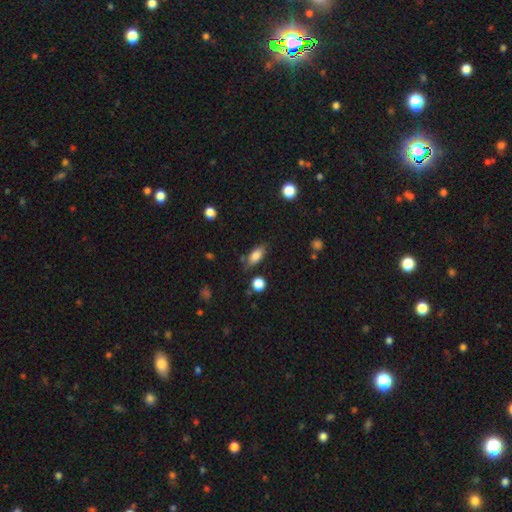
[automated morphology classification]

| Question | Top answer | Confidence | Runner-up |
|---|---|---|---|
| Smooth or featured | smooth | 78% | featured or disk (14%) |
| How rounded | in between | 82% | cigar-shaped (14%) |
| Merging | none | 73% | minor disturbance (18%) |